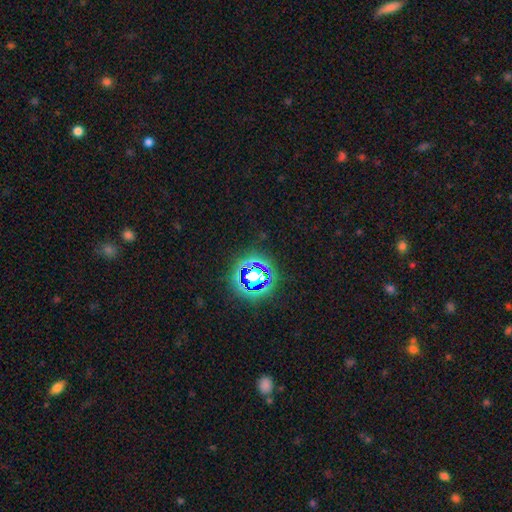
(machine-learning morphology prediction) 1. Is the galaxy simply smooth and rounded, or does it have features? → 78% star or artifact, 15% smooth, 7% featured or disk.